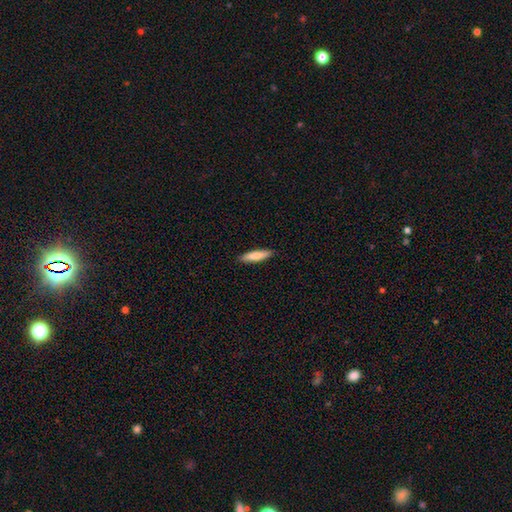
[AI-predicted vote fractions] This is clearly a smooth galaxy (83%). How rounded: likely cigar-shaped (79%). Merging: clearly none (90%).